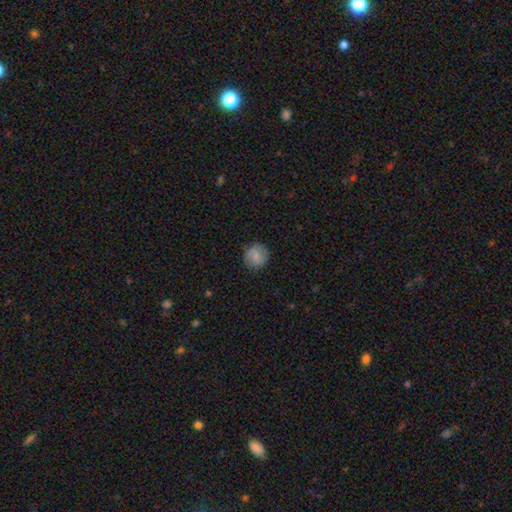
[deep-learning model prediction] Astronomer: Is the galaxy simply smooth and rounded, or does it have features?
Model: smooth — 81%.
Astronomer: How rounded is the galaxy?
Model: round — 91%.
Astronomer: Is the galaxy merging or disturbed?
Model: none — 86%.